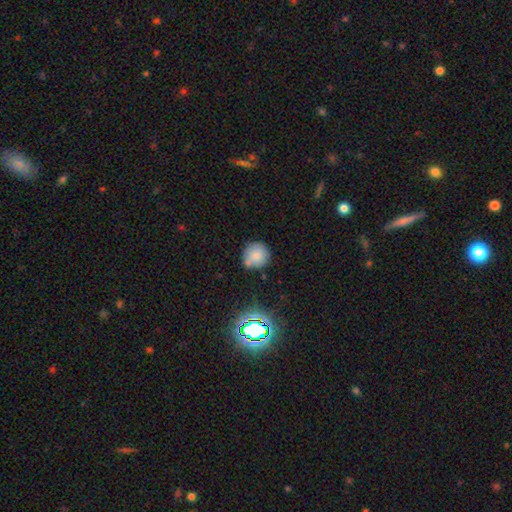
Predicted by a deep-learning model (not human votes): Smooth or featured: smooth — 77% (star or artifact — 12%)
How rounded: round — 91% (in between — 8%)
Merging: none — 69% (minor disturbance — 17%)